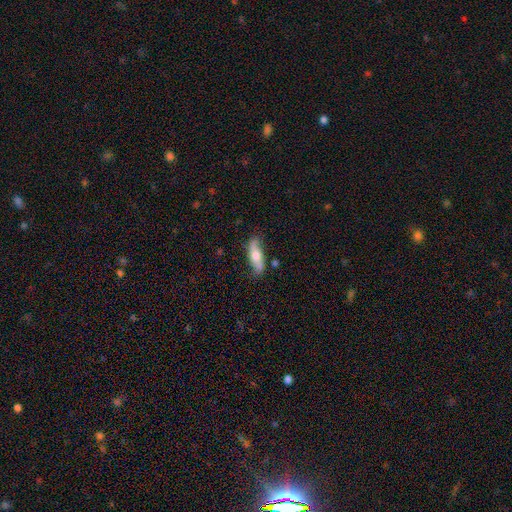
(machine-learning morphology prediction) The model was most divided on "smooth or featured": smooth: 51%, featured or disk: 43%, star or artifact: 6%. More confident: merging — none (74%); how rounded — in between (55%).